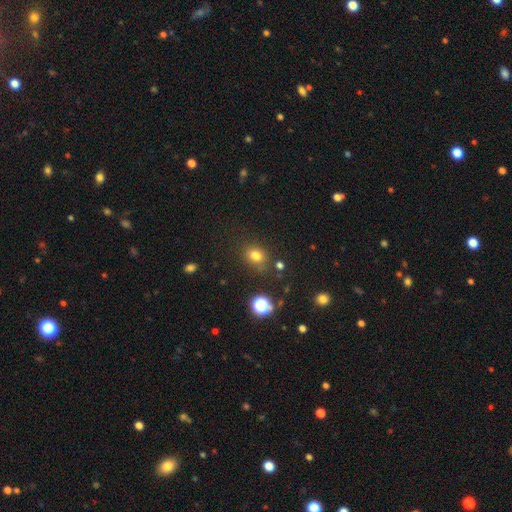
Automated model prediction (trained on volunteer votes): A smooth galaxy with no disk features (76%) that is round (51%).

Vote fractions:
- Smooth or featured? smooth: 76% / star or artifact: 17% / featured or disk: 7%
- How rounded? round: 51% / in between: 48% / cigar-shaped: 1%
- Merging? none: 76% / minor disturbance: 14% / major disturbance: 5% / merger: 5%